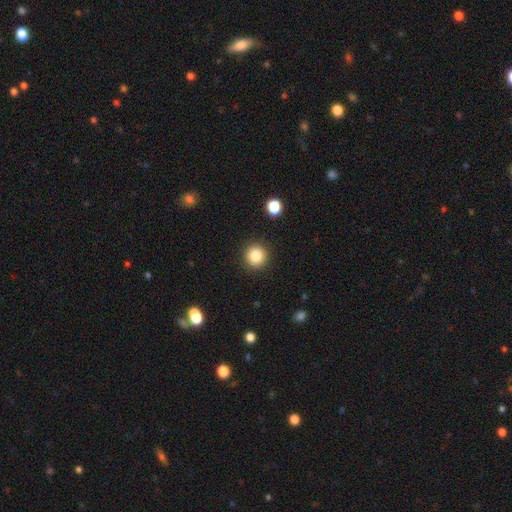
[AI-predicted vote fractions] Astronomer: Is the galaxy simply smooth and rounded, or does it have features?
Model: smooth — 84%.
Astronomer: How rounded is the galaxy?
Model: round — 93%.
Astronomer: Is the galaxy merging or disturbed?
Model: none — 91%.